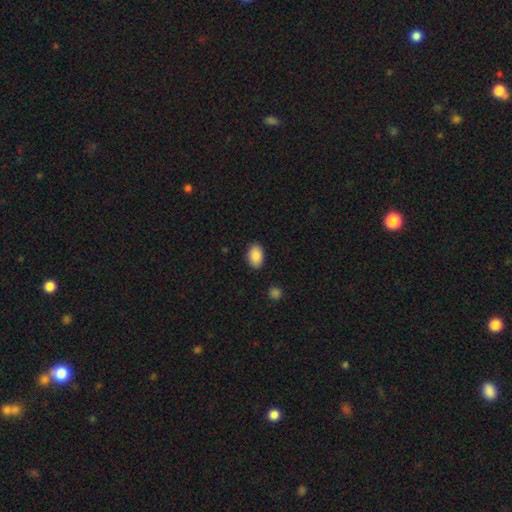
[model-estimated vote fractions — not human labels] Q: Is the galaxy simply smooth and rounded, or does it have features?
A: smooth — 89%.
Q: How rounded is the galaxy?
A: in between — 90%.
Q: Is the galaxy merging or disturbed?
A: none — 88%.